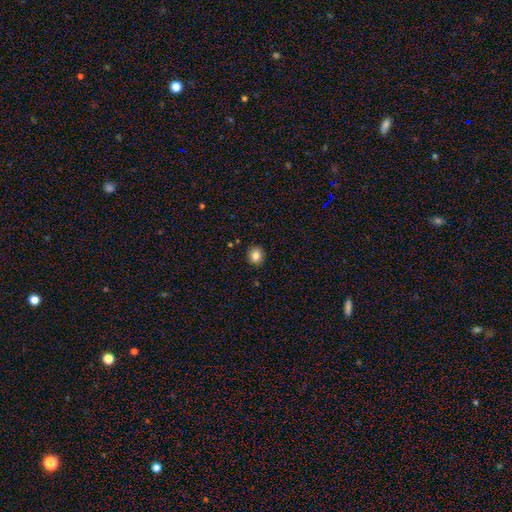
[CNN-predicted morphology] This appears to be a smooth galaxy with no disk features (83%) that is round (79%). Merging: none (90%).